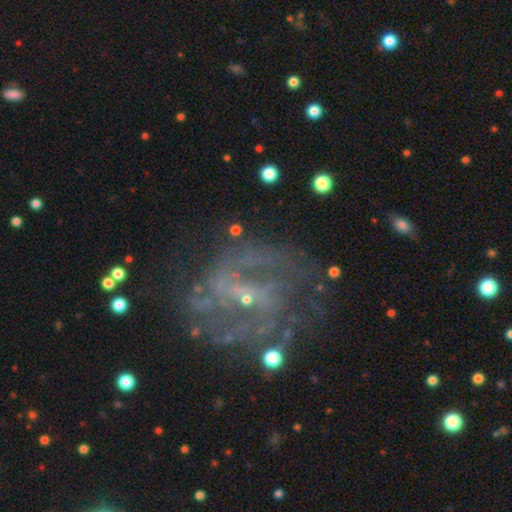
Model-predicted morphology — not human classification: Smooth or featured? featured or disk (85%)
Edge-on disk? no (97%)
Bar? weak (47%)
Spiral arms? yes (92%)
Spiral winding? medium (47%)
Spiral arm count? 2 (41%)
Bulge size? small (79%)
Merging? none (67%)